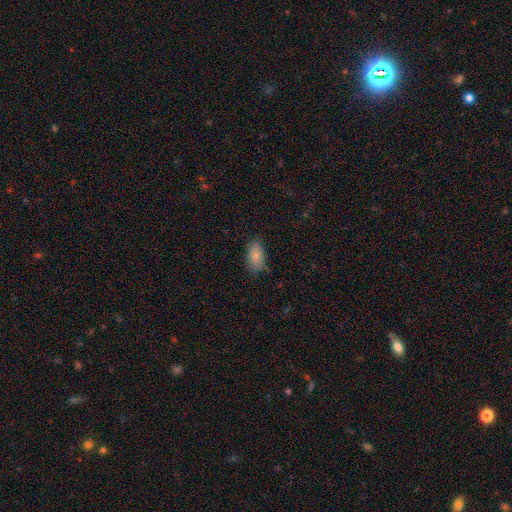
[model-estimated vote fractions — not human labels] smooth_or_featured: smooth (p=0.83) [alt: featured or disk p=0.09]
how_rounded: in between (p=0.92) [alt: round p=0.04]
merging: none (p=0.78) [alt: minor disturbance p=0.17]